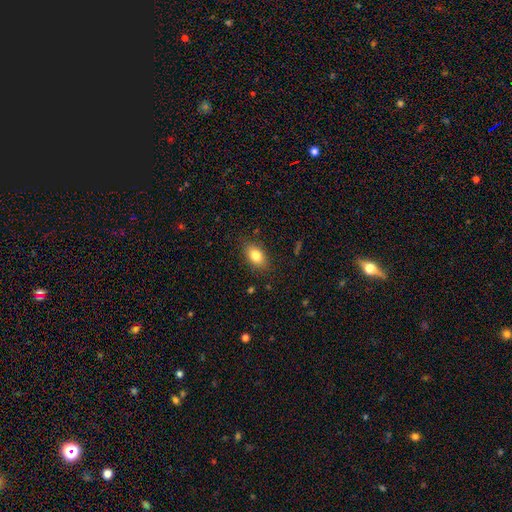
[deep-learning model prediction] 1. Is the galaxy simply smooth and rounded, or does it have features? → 82% smooth, 10% featured or disk, 9% star or artifact.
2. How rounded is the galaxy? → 85% in between, 12% round, 2% cigar-shaped.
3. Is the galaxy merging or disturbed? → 84% none, 12% minor disturbance, 3% major disturbance, 1% merger.